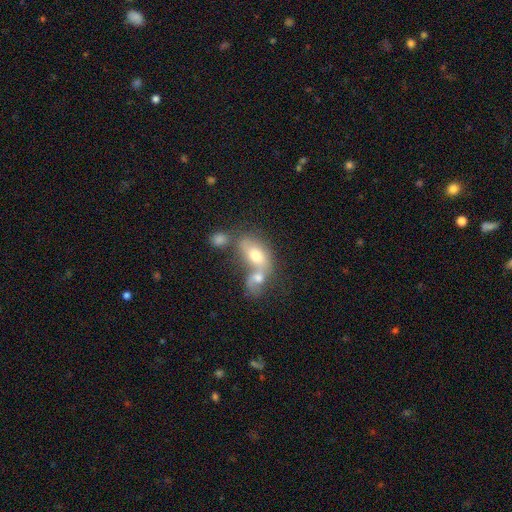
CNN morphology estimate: Smooth or featured? Predicted: smooth (p=0.64). How rounded? Predicted: in between (p=0.81). Merging? Predicted: merger (p=0.69).